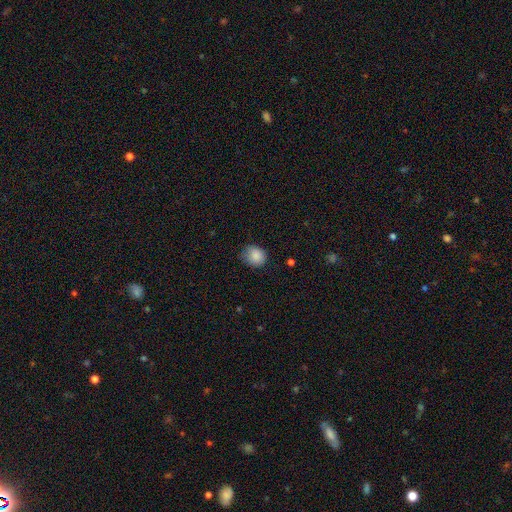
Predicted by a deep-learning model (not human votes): Smooth or featured? Predicted: smooth (p=0.86). How rounded? Predicted: round (p=0.69). Merging? Predicted: none (p=0.67).